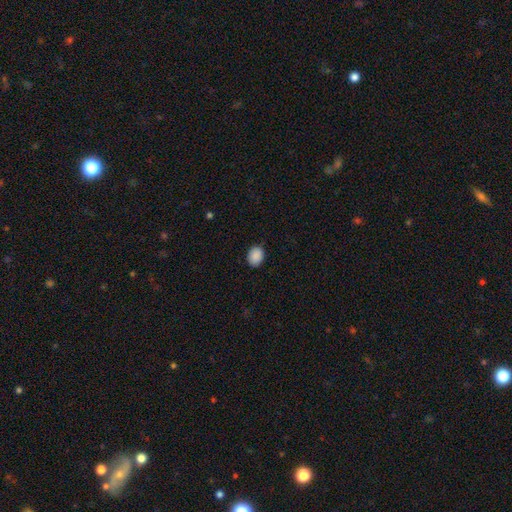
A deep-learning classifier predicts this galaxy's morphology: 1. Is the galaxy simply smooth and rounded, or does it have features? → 90% smooth, 8% star or artifact, 3% featured or disk.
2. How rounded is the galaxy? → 63% in between, 36% round, 1% cigar-shaped.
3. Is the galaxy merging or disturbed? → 86% none, 10% minor disturbance, 2% major disturbance, 1% merger.